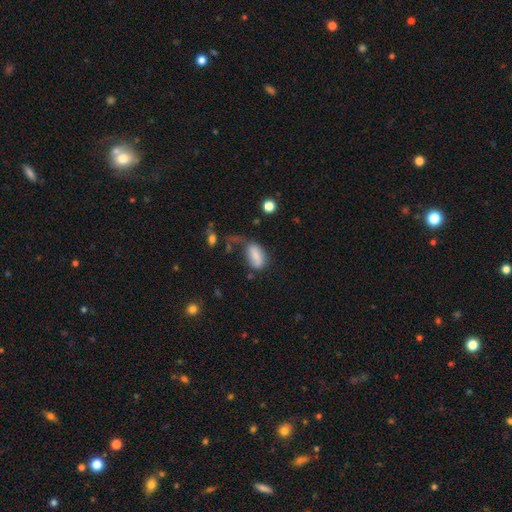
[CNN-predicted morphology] This is likely a smooth galaxy (75%). How rounded: clearly in between (88%). Merging: marginally none (36%).